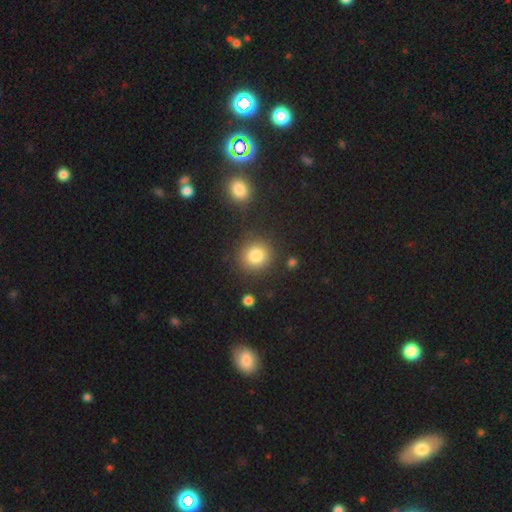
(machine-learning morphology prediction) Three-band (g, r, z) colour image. It shows a smooth galaxy with no disk features (84%) that is round (89%). Merging: none (84%).